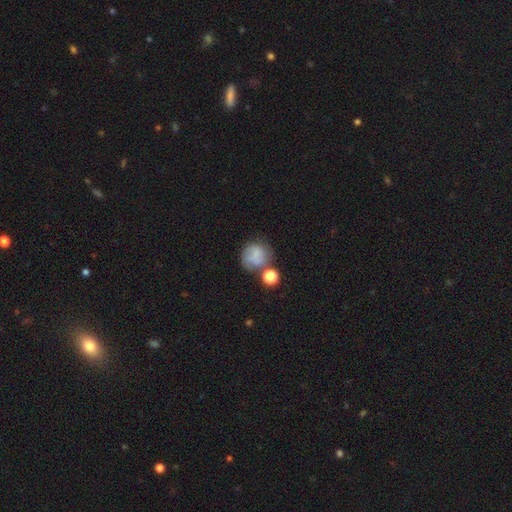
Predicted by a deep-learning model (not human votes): smooth_or_featured: smooth (p=0.61) [alt: featured or disk p=0.27]
how_rounded: round (p=0.83) [alt: in between p=0.16]
merging: none (p=0.51) [alt: minor disturbance p=0.21]